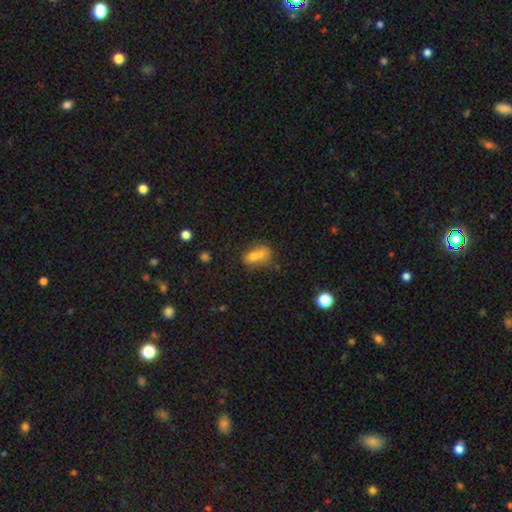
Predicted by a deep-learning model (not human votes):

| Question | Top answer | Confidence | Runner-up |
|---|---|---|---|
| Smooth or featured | smooth | 65% | featured or disk (21%) |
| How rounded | in between | 70% | round (20%) |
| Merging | none | 38% | merger (36%) |